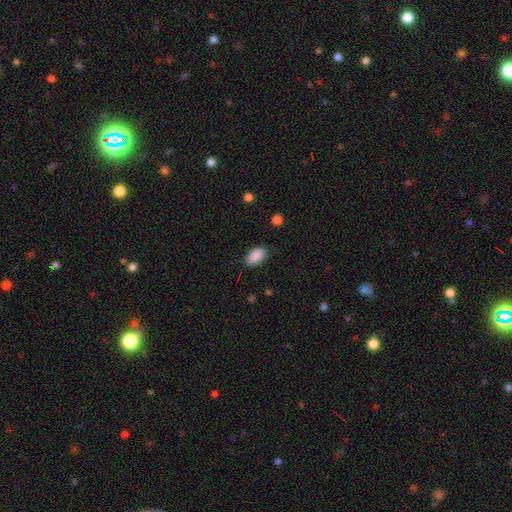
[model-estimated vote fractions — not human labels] smooth_or_featured: smooth (p=0.90) [alt: star or artifact p=0.07]
how_rounded: in between (p=0.94) [alt: round p=0.04]
merging: none (p=0.84) [alt: minor disturbance p=0.12]